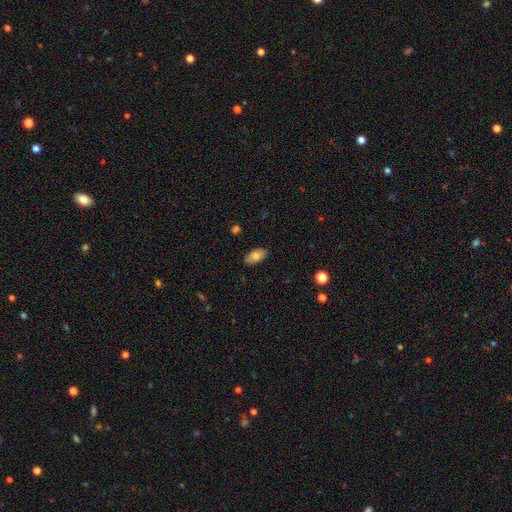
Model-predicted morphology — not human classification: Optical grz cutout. It shows a smooth galaxy with no disk features (77%) that is in between round and cigar-shaped (94%). Merging: none (85%).